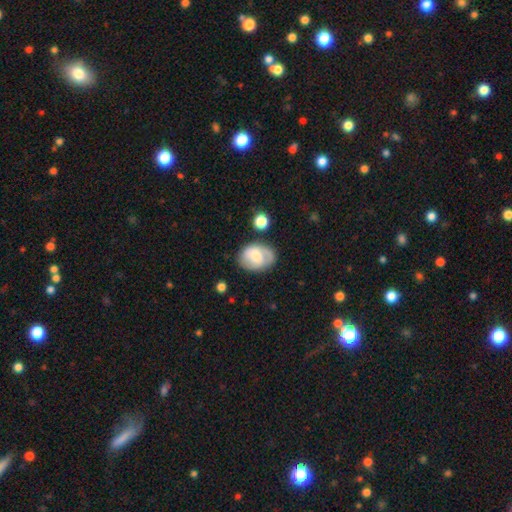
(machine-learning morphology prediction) This appears to be a smooth galaxy with no disk features (53%) that is in between round and cigar-shaped (71%). Merging: none (63%).